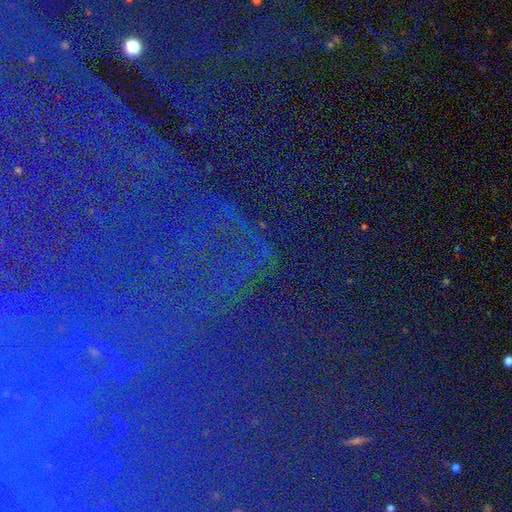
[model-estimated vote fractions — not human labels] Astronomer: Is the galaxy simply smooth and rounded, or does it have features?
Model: star or artifact — 85%.